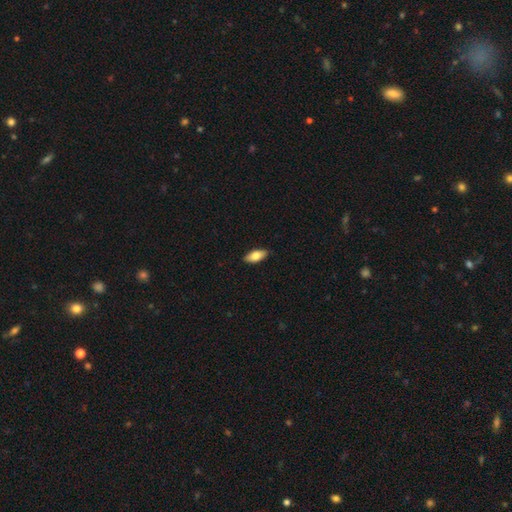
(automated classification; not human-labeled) Overall: smooth (79%). How rounded: in between (85%). Merging: none (89%).